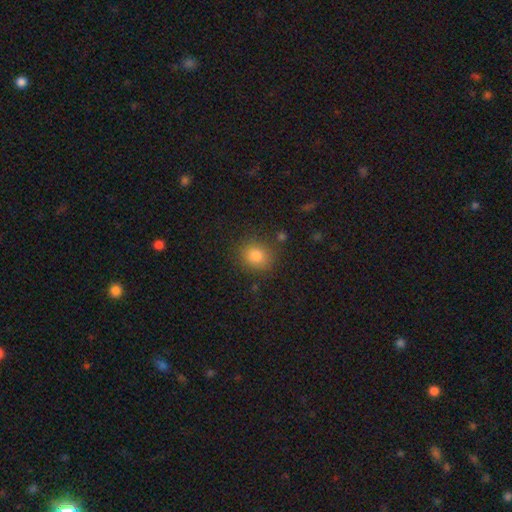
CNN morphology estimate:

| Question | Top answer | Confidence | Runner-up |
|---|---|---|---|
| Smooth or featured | smooth | 83% | star or artifact (11%) |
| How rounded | round | 73% | in between (26%) |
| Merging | none | 83% | minor disturbance (11%) |